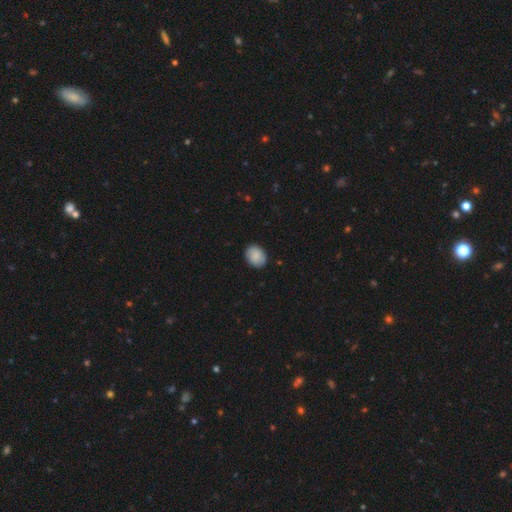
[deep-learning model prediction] smooth_or_featured: smooth (p=0.85) [alt: featured or disk p=0.08]
how_rounded: in between (p=0.51) [alt: round p=0.48]
merging: none (p=0.86) [alt: minor disturbance p=0.10]